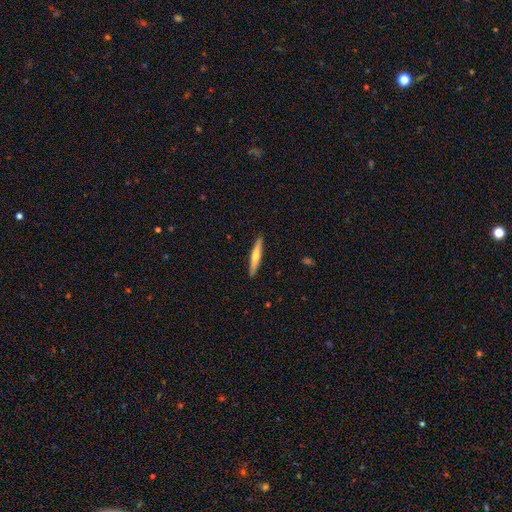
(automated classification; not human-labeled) This is possibly a smooth galaxy (60%). How rounded: clearly cigar-shaped (93%). Merging: clearly none (91%).